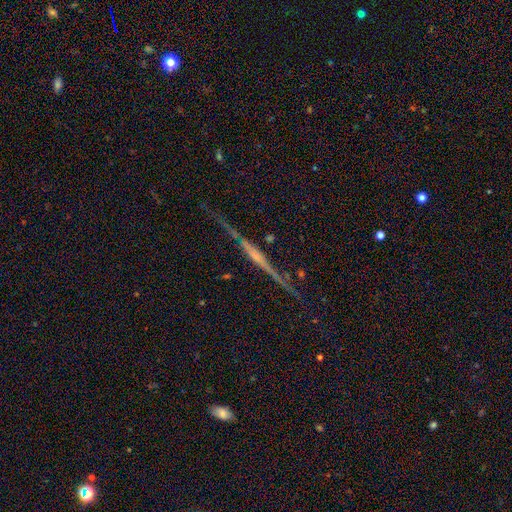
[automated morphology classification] Q: Smooth or featured?
A: featured or disk (79%); runner-up: smooth (12%)
Q: Edge-on disk?
A: yes (97%); runner-up: no (3%)
Q: Edge-on bulge?
A: rounded (45%); runner-up: none (32%)
Q: Merging?
A: none (79%); runner-up: minor disturbance (14%)